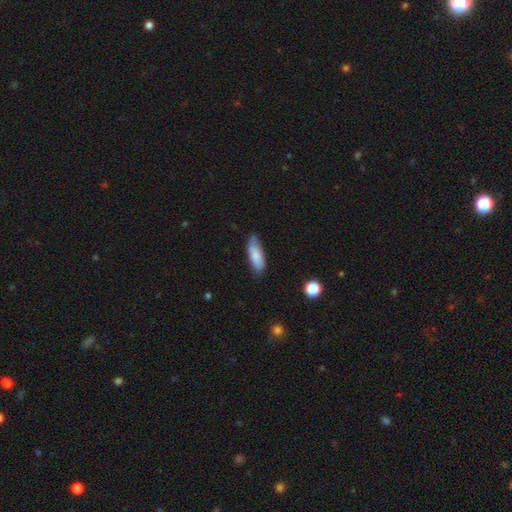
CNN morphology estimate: Overall: smooth (82%). How rounded: in between (65%; cigar-shaped 34%). Merging: none (71%).